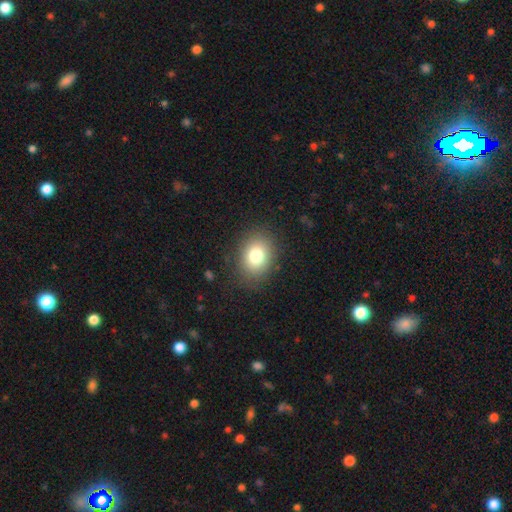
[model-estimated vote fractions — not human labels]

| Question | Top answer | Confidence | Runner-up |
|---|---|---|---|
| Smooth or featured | smooth | 78% | star or artifact (11%) |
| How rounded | in between | 56% | round (43%) |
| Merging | none | 84% | minor disturbance (11%) |